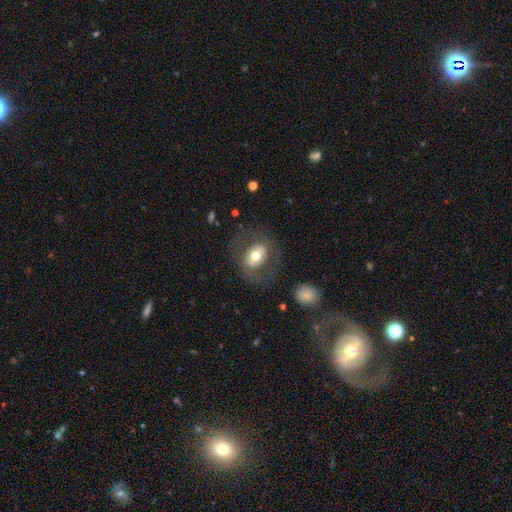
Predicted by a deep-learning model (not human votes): Smooth or featured? Predicted: smooth (p=0.50). Merging? Predicted: none (p=0.67).